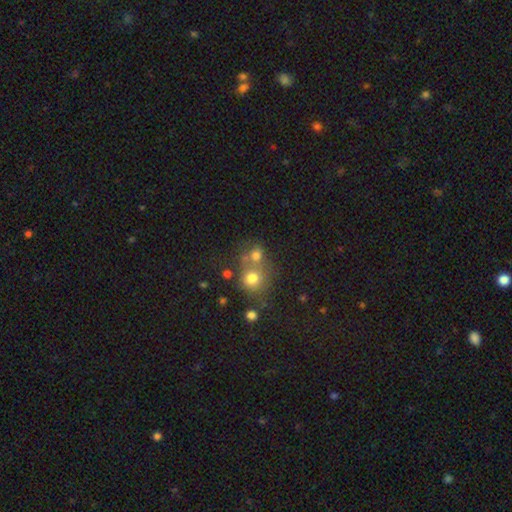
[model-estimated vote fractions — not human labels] smooth-or-featured: smooth: 71% | star or artifact: 17% | featured or disk: 12%
  how-rounded: round: 77% | in between: 22% | cigar-shaped: 1%
  merging: none: 44% | merger: 42% | minor disturbance: 9% | major disturbance: 5%